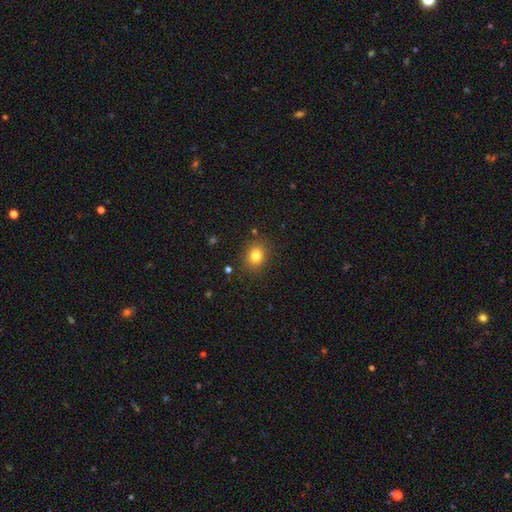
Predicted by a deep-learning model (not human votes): Morphology: type=smooth (81%); roundness=round (61%); merging=none (86%).